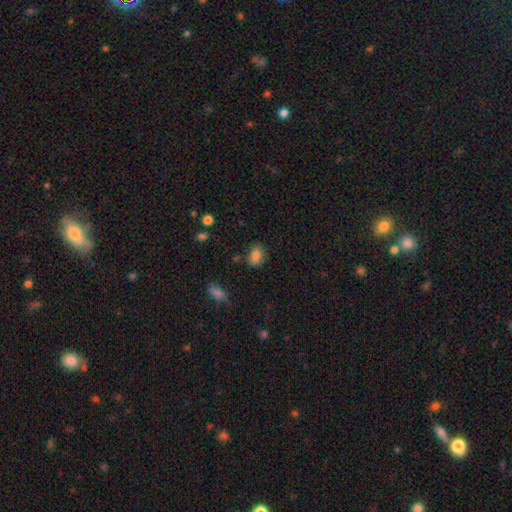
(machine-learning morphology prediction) Smooth or featured?
  - smooth: 84% *
  - star or artifact: 10%
  - featured or disk: 6%
How rounded?
  - in between: 85% *
  - round: 13%
  - cigar-shaped: 2%
Merging?
  - none: 74% *
  - minor disturbance: 18%
  - major disturbance: 4%
  - merger: 4%